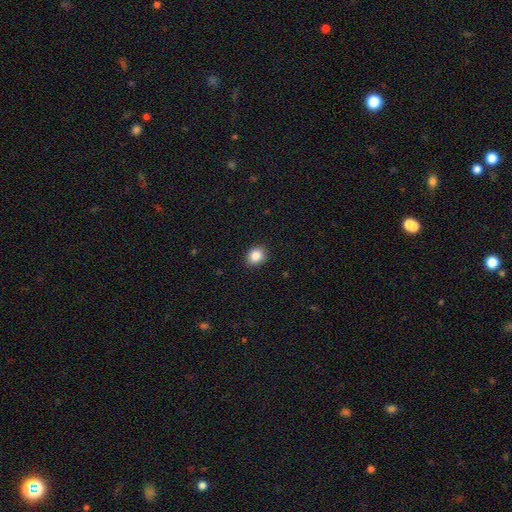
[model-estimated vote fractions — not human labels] A smooth galaxy with no disk features (86%) that is round (57%). Merging: none (90%).